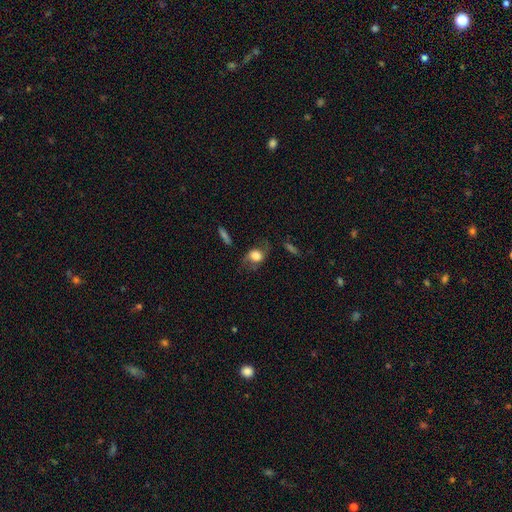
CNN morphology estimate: Smooth or featured?
  - smooth: 50% *
  - featured or disk: 41%
  - star or artifact: 9%
How rounded?
  - in between: 57% *
  - round: 40%
  - cigar-shaped: 3%
Merging?
  - none: 57% *
  - minor disturbance: 23%
  - major disturbance: 18%
  - merger: 3%